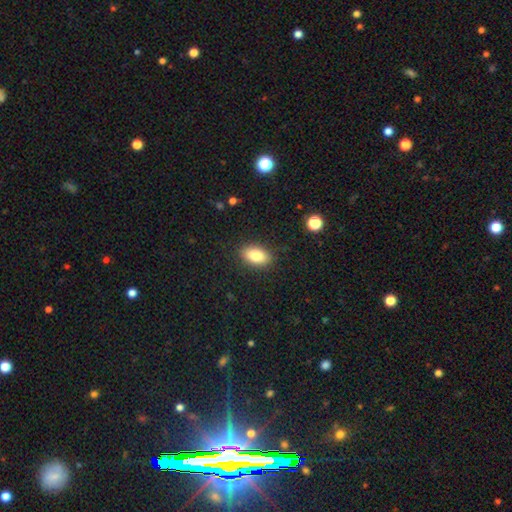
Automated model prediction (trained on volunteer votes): A smooth galaxy with no disk features (81%) that is in between round and cigar-shaped (90%).

Vote fractions:
- Smooth or featured? smooth: 81% / featured or disk: 11% / star or artifact: 8%
- How rounded? in between: 90% / round: 7% / cigar-shaped: 3%
- Merging? none: 88% / minor disturbance: 9% / major disturbance: 2% / merger: 1%